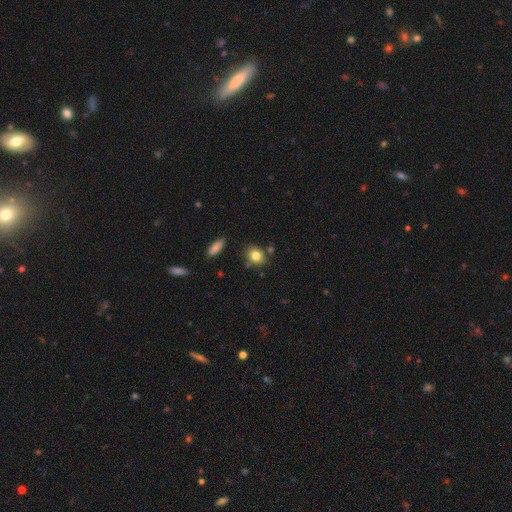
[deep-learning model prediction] A smooth galaxy with no disk features (82%) that is round (60%). Merging: none (79%).